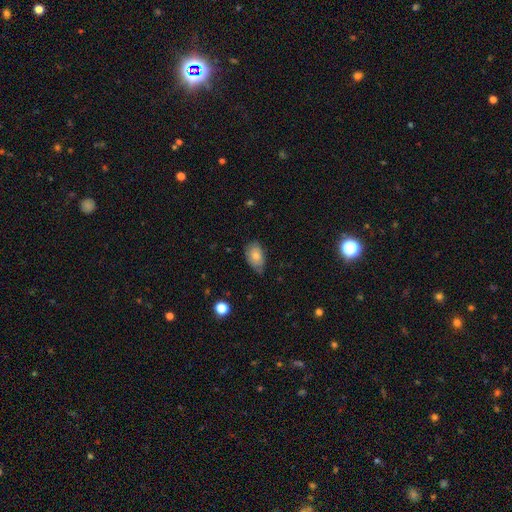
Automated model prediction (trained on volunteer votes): smooth 75%, featured or disk 18%, star or artifact 8%. Down the decision tree: how rounded — in between (90%); merging — none (62%).